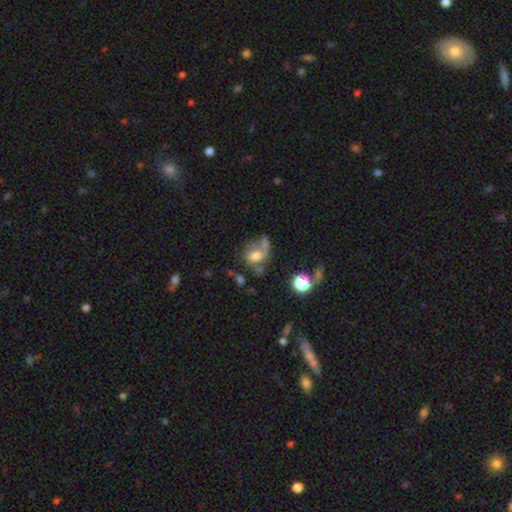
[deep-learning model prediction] Smooth or featured: smooth — 54% (featured or disk — 32%)
How rounded: in between — 58% (round — 41%)
Merging: none — 28% (tied with major disturbance — 28%)